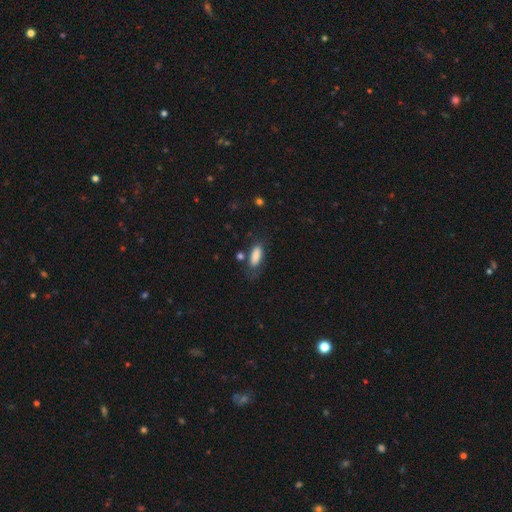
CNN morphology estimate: Smooth or featured: smooth — 85% (featured or disk — 7%)
How rounded: in between — 78% (cigar-shaped — 20%)
Merging: none — 61% (minor disturbance — 23%)